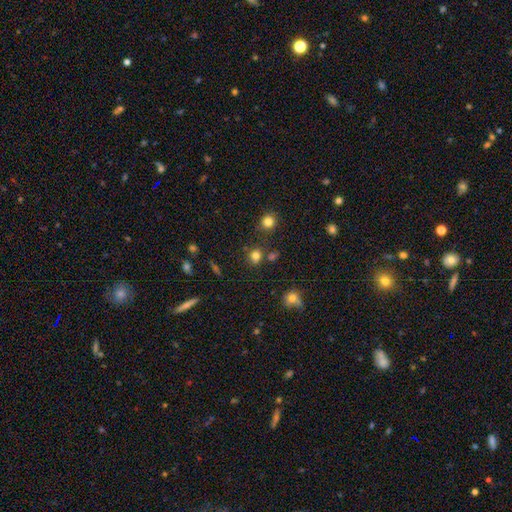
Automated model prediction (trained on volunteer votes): This is likely a smooth galaxy (78%). How rounded: likely round (75%). Merging: likely none (77%).